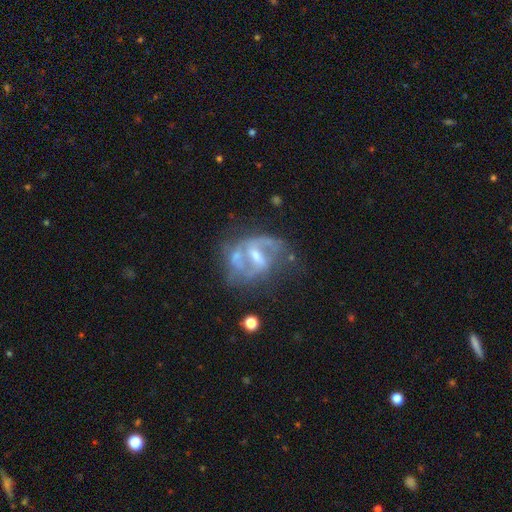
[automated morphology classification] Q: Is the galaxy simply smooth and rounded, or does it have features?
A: featured or disk — 81%.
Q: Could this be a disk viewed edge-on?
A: no — 97%.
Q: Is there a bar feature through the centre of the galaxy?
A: weak — 48%.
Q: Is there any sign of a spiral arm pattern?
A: yes — 80%.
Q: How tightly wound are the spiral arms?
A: medium — 49%.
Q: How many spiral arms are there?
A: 2 — 70%.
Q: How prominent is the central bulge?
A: moderate — 42%, tied with small.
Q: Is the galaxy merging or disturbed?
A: none — 41%.